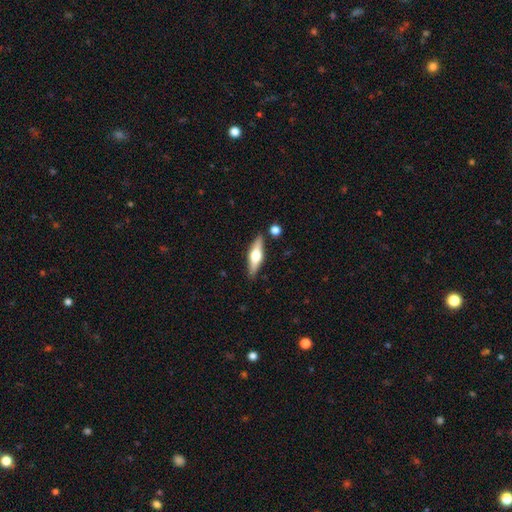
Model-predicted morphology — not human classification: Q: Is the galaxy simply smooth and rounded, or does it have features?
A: featured or disk — 58%.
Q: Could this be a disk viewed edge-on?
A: yes — 94%.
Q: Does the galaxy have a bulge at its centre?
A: rounded — 93%.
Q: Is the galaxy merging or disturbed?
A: none — 84%.